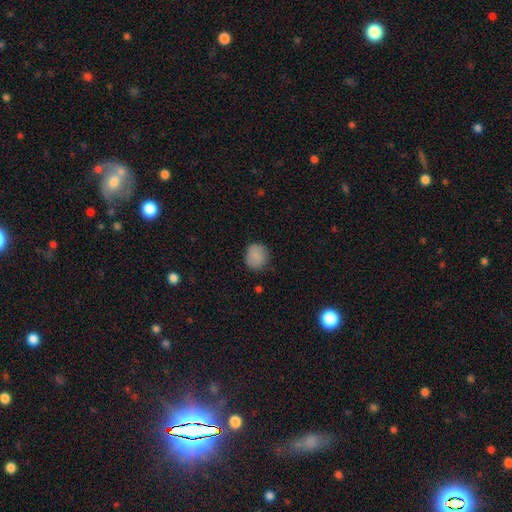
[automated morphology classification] Q: Smooth or featured?
A: smooth (85%); runner-up: star or artifact (9%)
Q: How rounded?
A: round (81%); runner-up: in between (18%)
Q: Merging?
A: none (81%); runner-up: minor disturbance (15%)